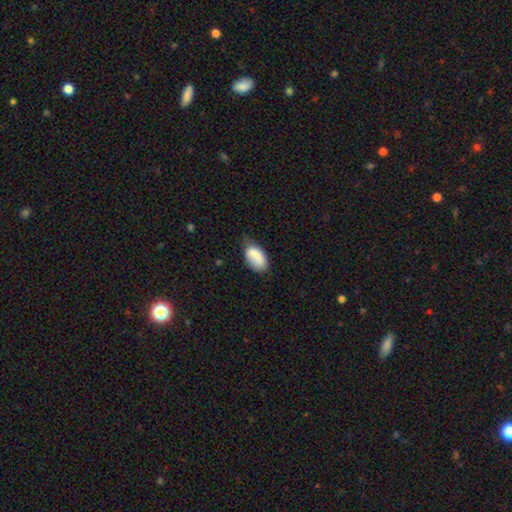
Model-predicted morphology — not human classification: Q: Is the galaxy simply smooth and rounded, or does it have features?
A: smooth — 82%.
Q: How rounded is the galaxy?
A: in between — 93%.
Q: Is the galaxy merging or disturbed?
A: none — 48%.